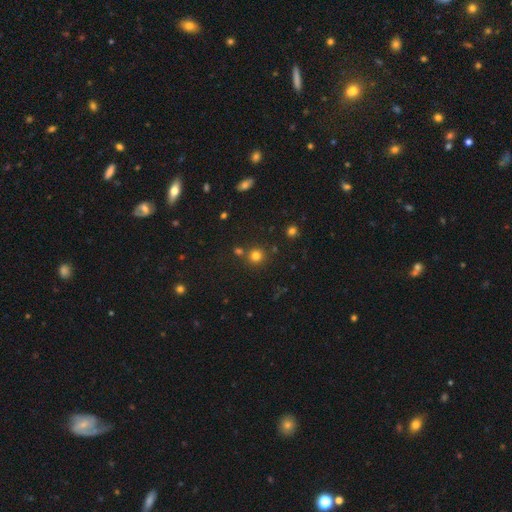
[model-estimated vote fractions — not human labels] Smooth or featured: smooth — 77% (star or artifact — 17%)
How rounded: round — 92% (in between — 7%)
Merging: none — 77% (merger — 13%)